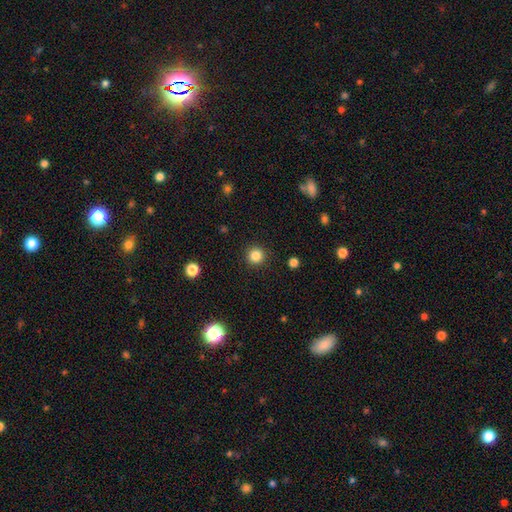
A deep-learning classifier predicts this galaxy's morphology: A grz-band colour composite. It shows a smooth galaxy with no disk features (84%) that is round (95%). Merging: none (92%).